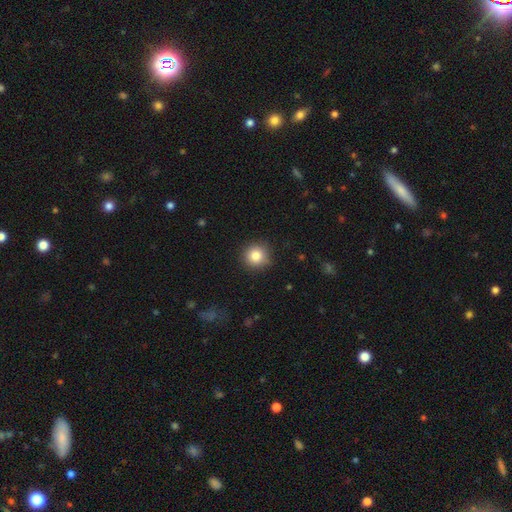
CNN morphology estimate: Overall: smooth (84%). How rounded: round (94%). Merging: none (87%).